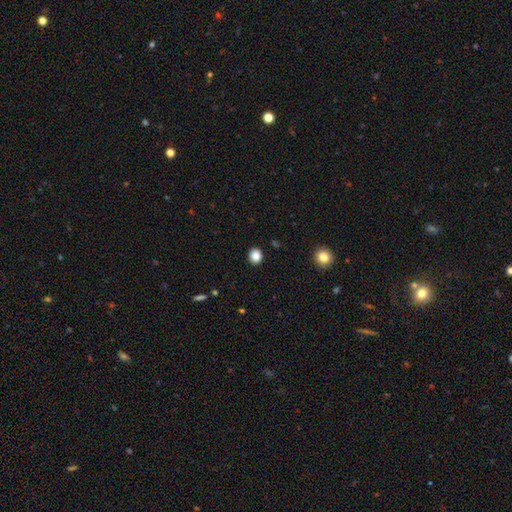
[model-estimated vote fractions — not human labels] Q: Smooth or featured?
A: smooth (87%); runner-up: star or artifact (10%)
Q: How rounded?
A: round (69%); runner-up: in between (30%)
Q: Merging?
A: none (91%); runner-up: minor disturbance (6%)